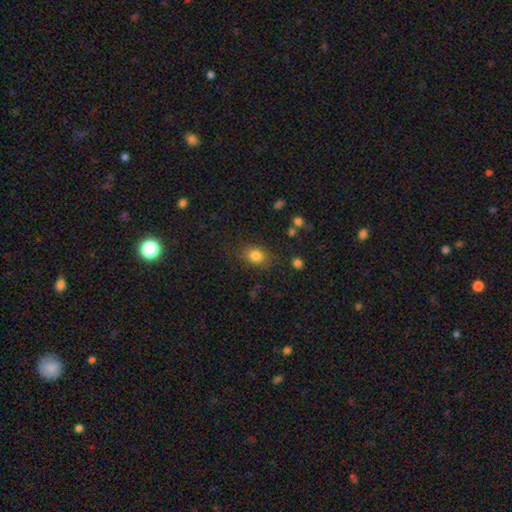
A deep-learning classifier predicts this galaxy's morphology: This appears to be a smooth galaxy with no disk features (82%) that is in between round and cigar-shaped (55%). Merging: none (79%).